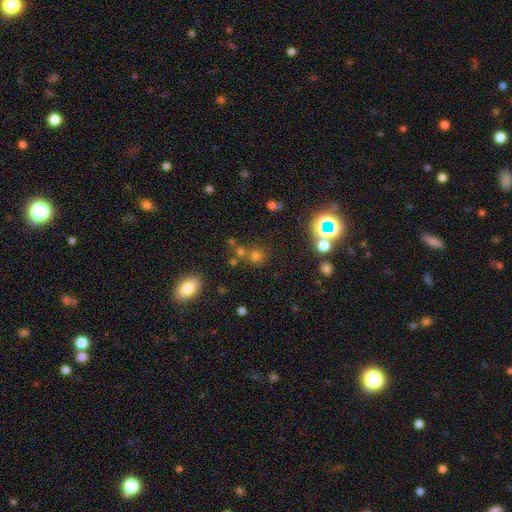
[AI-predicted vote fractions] Smooth or featured?
  - smooth: 59% *
  - star or artifact: 32%
  - featured or disk: 9%
How rounded?
  - round: 87% *
  - in between: 12%
  - cigar-shaped: 1%
Merging?
  - none: 64% *
  - merger: 23%
  - minor disturbance: 9%
  - major disturbance: 4%